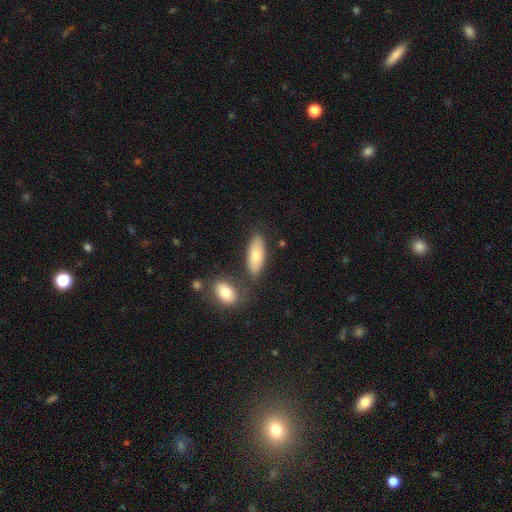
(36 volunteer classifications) Volunteers were most divided on "smooth or featured": smooth: 61%, featured or disk: 33%, star or artifact: 6%. More confident: how rounded — in between (73%); merging — none (65%).